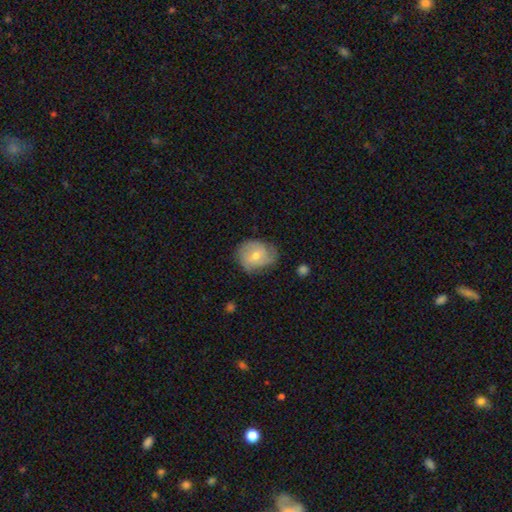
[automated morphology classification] type=smooth (47%); merging=none (59%).